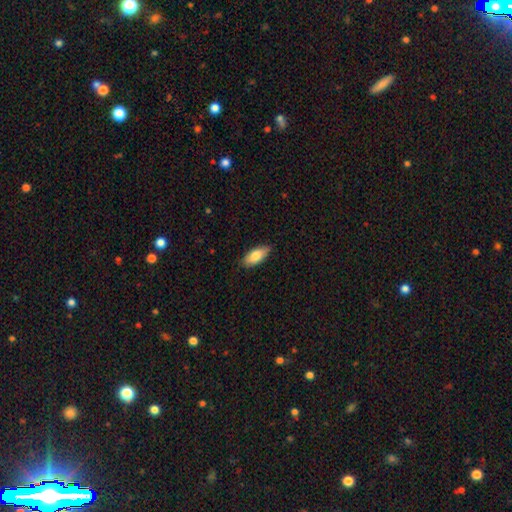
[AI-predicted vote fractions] A smooth galaxy with no disk features (79%) that is in between round and cigar-shaped (84%). Merging: none (83%).